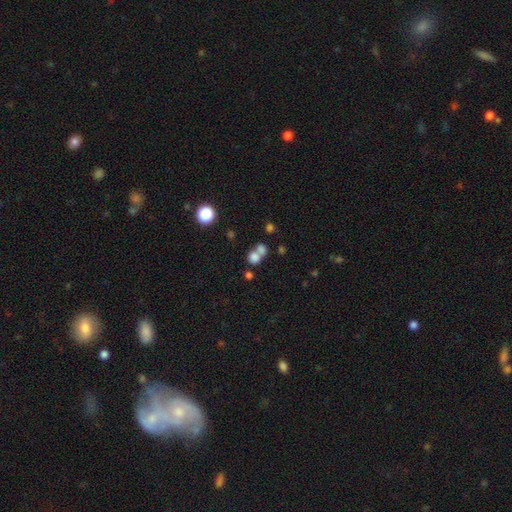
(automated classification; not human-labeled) Morphology: type=smooth (75%); roundness=round (71%); merging=merger (57%).